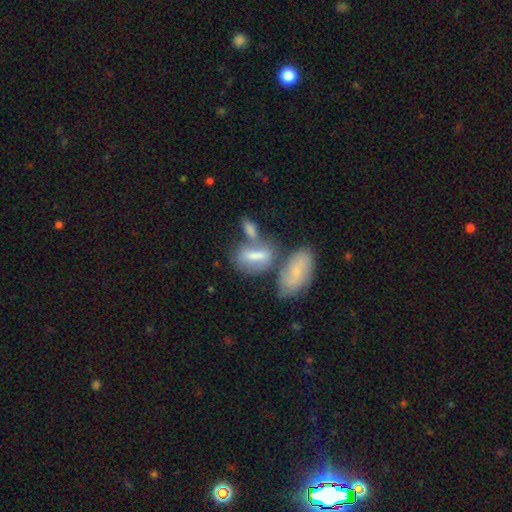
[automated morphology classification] The model was most divided on "merging": merger: 46%, none: 31%, minor disturbance: 14%, major disturbance: 9%. More confident: how rounded — in between (75%); smooth or featured — smooth (55%).